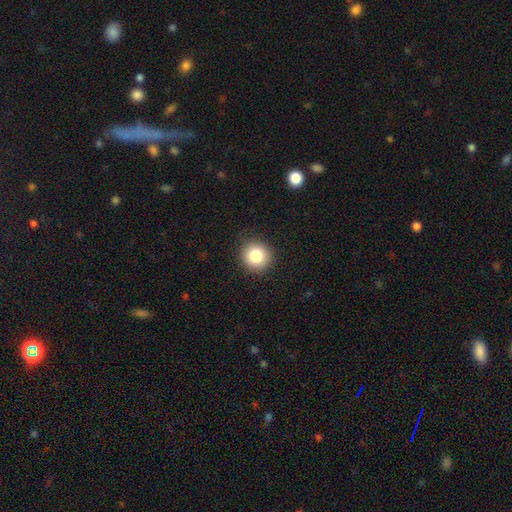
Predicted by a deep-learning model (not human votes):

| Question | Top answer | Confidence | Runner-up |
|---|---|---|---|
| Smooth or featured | smooth | 84% | star or artifact (10%) |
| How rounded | round | 92% | in between (7%) |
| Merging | none | 90% | minor disturbance (7%) |